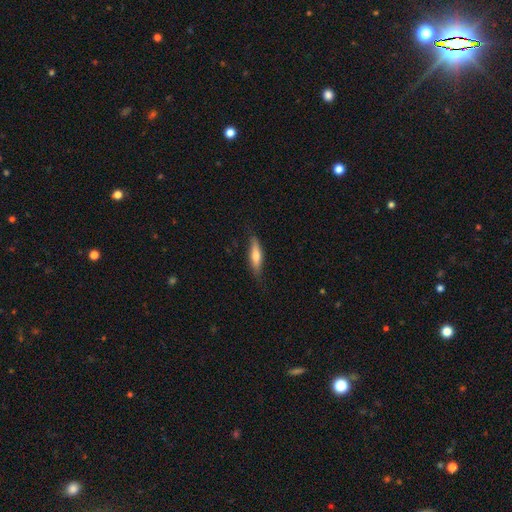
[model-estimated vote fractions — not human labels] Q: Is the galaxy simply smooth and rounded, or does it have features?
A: smooth — 62%.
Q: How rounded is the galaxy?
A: cigar-shaped — 68%.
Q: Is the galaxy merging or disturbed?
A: none — 78%.